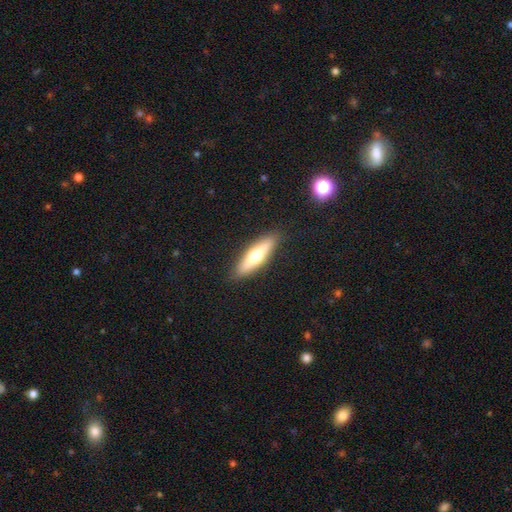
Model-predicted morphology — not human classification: Overall: smooth (52%; featured or disk 42%). How rounded: cigar-shaped (66%; in between 32%). Merging: none (89%).